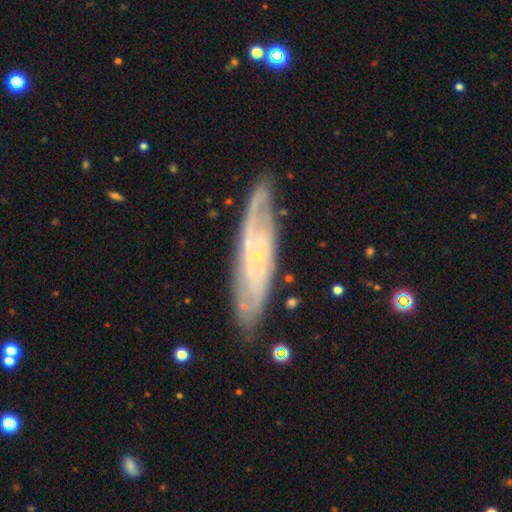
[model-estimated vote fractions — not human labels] The model was most divided on "bar": no: 61%, weak: 30%, strong: 8%. More confident: spiral arms — yes (89%); bulge size — small (82%); merging — none (80%); smooth or featured — featured or disk (77%); edge-on disk — no (66%).